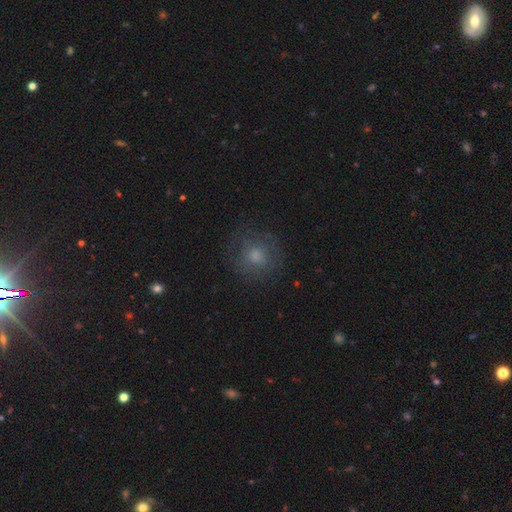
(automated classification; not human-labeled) Morphology: type=smooth (63%); roundness=round (88%); merging=none (76%).